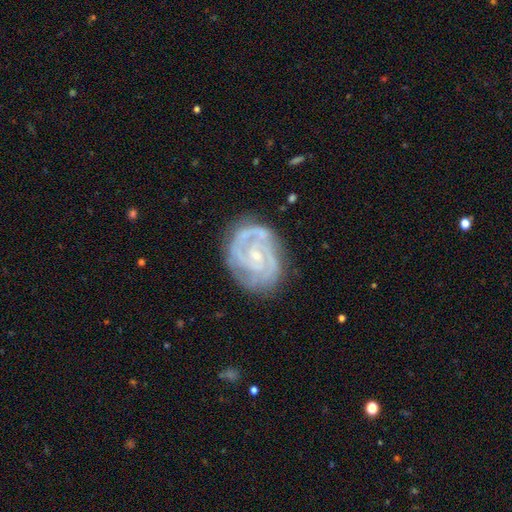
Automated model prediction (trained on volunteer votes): Morphology: type=featured or disk (89%); edge-on=no (98%); bar=no (54%); spiral arms=yes (97%); winding=tight (65%); arm count=2 (51%); bulge=small (75%); merging=none (76%).